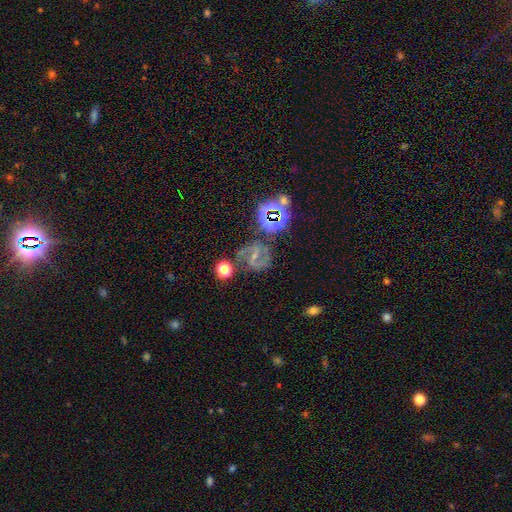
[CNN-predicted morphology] smooth-or-featured: featured or disk: 72% | star or artifact: 18% | smooth: 10%
  disk-edge-on: no: 97% | yes: 3%
    bar: weak: 44% | strong: 37% | no: 19%
    has-spiral-arms: yes: 95% | no: 5%
      spiral-winding: medium: 57% | tight: 24% | loose: 19%
      spiral-arm-count: 2: 89% | can't tell: 5% | 3: 2% | 1: 2% | 4: 1% | more than 4: 1%
    bulge-size: small: 67% | moderate: 21% | none: 9% | large: 2% | dominant: 1%
  merging: none: 70% | minor disturbance: 15% | major disturbance: 8% | merger: 7%